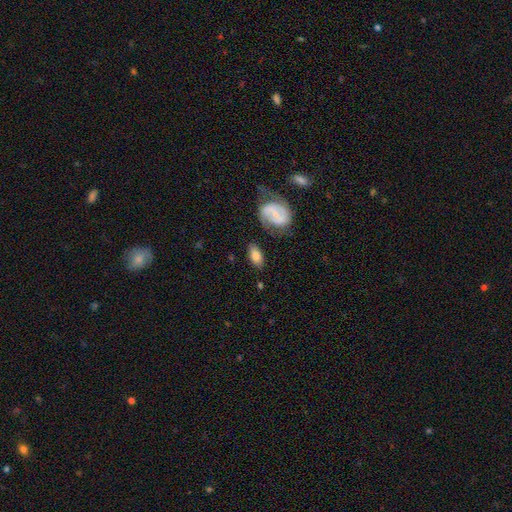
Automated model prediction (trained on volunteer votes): Smooth or featured? Predicted: smooth (p=0.70). How rounded? Predicted: in between (p=0.89). Merging? Predicted: none (p=0.75).